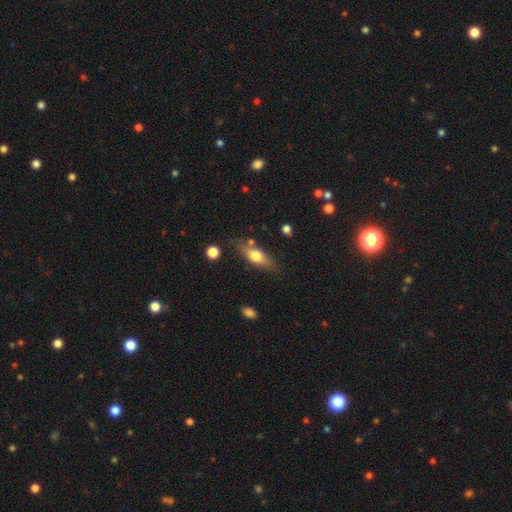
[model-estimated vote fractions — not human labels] Smooth or featured? Predicted: smooth (p=0.62). How rounded? Predicted: in between (p=0.62). Merging? Predicted: none (p=0.74).